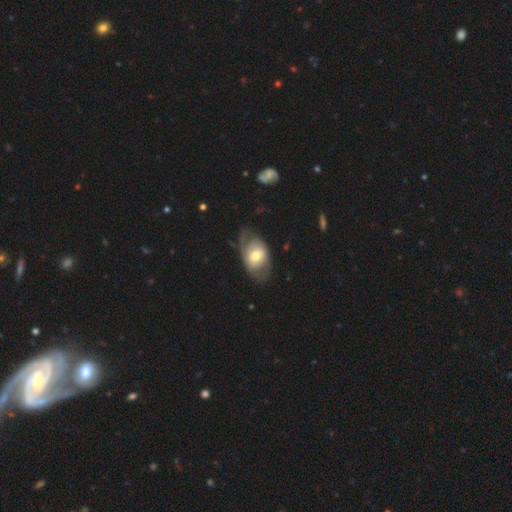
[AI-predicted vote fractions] This appears to be a featured or disk galaxy (55%) with no bar (56%), spiral arms (58%) and a moderate central bulge (68%). Merging: none (53%).